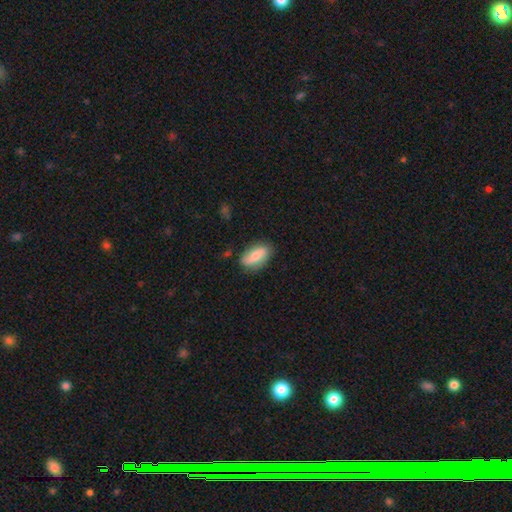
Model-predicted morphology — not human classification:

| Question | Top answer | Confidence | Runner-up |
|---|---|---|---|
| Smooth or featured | smooth | 62% | featured or disk (32%) |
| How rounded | in between | 90% | cigar-shaped (6%) |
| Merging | none | 78% | minor disturbance (17%) |